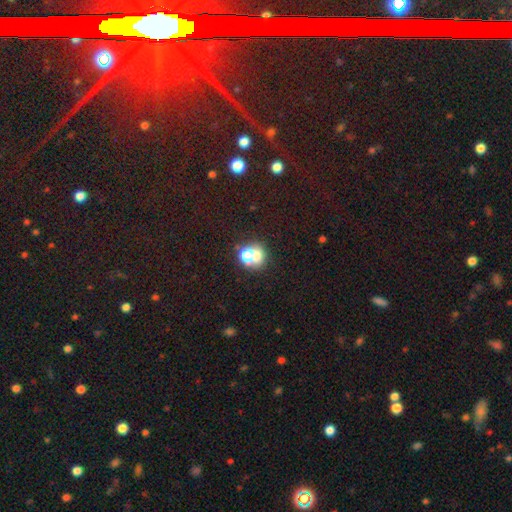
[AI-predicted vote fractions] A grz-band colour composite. It shows a smooth galaxy with no disk features (61%) that is round (67%). Merging: merger (52%).